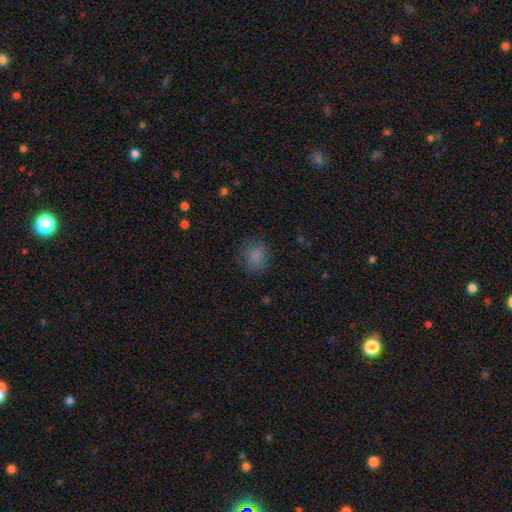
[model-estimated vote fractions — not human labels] Overall: smooth (84%). How rounded: round (77%). Merging: none (79%).